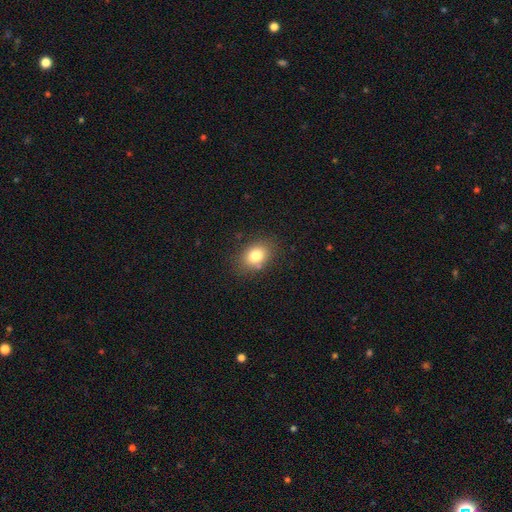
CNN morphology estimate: smooth 80%, star or artifact 11%, featured or disk 9%. Down the decision tree: how rounded — in between (63%); merging — none (82%).